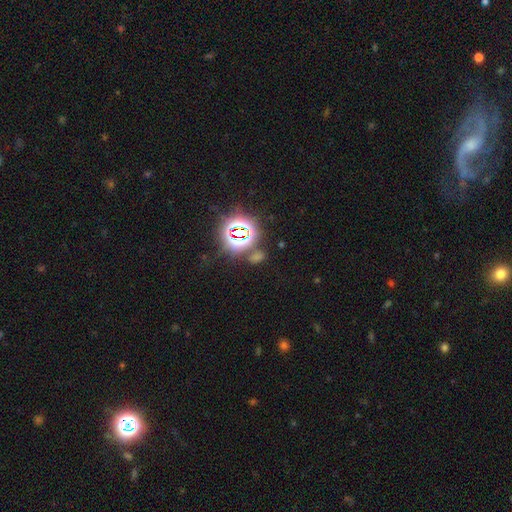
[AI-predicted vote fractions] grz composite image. It shows a star or artifact, not a galaxy (73%).